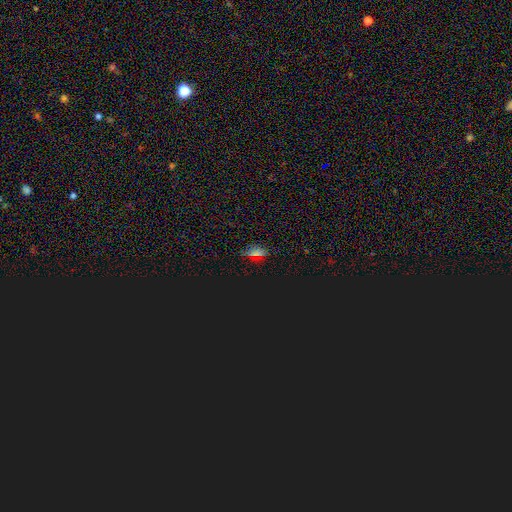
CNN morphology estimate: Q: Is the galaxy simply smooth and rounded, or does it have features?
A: star or artifact — 57%.